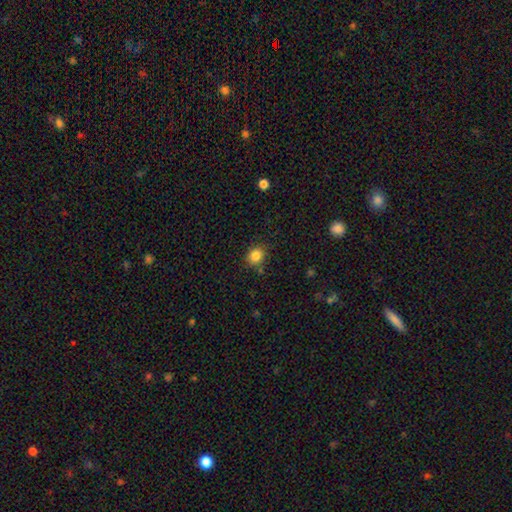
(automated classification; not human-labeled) Overall: smooth (84%). How rounded: round (67%; in between 33%). Merging: none (83%).